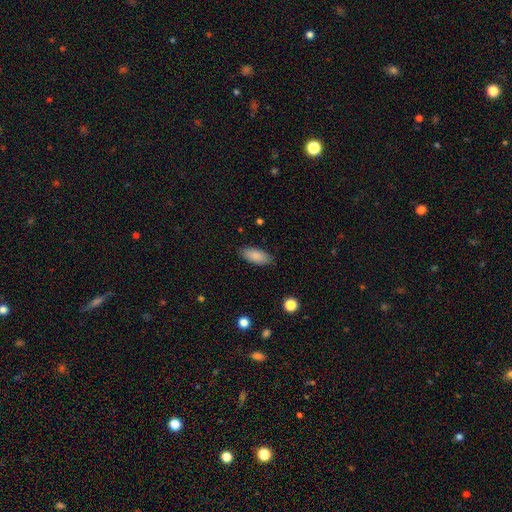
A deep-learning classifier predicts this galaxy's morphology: A smooth galaxy with no disk features (87%) that is in between round and cigar-shaped (85%). Merging: none (86%).